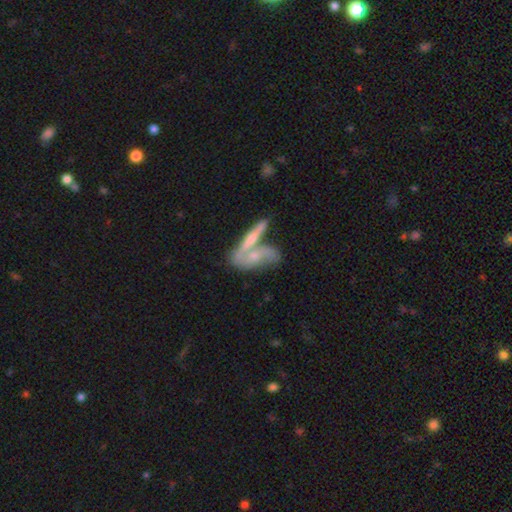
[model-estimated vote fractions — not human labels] This appears to be a featured or disk galaxy (55%). Merging: merger (54%).